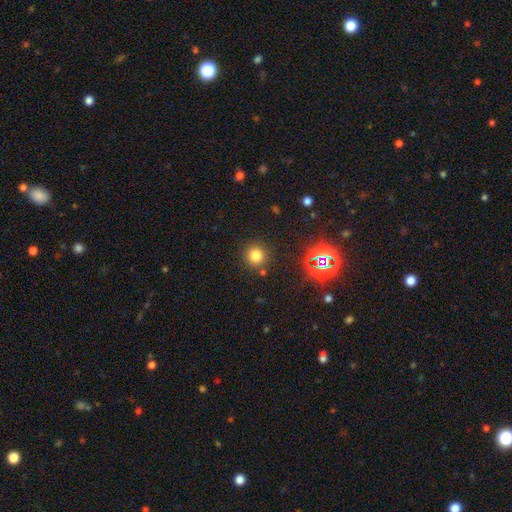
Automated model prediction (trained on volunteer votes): smooth_or_featured: smooth (p=0.75) [alt: star or artifact p=0.20]
how_rounded: round (p=0.94) [alt: in between p=0.05]
merging: none (p=0.85) [alt: minor disturbance p=0.07]